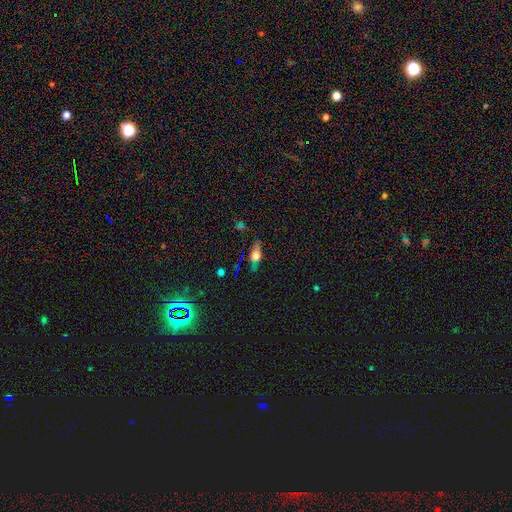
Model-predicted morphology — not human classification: Smooth or featured: smooth — 50% (featured or disk — 35%)
Merging: none — 68% (minor disturbance — 20%)